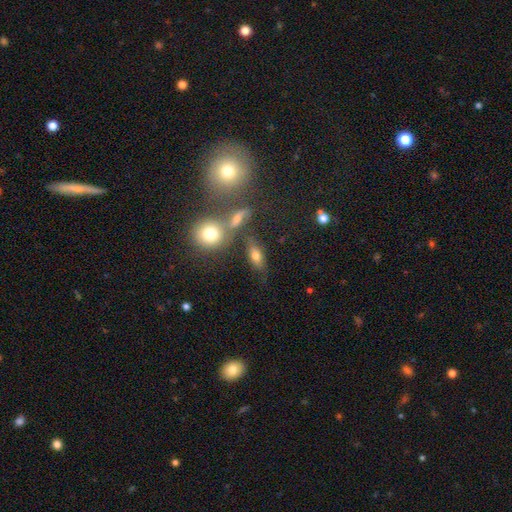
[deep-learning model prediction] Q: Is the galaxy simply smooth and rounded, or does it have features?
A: smooth — 69%.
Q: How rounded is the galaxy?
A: in between — 71%.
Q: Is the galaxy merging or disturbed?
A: none — 64%.